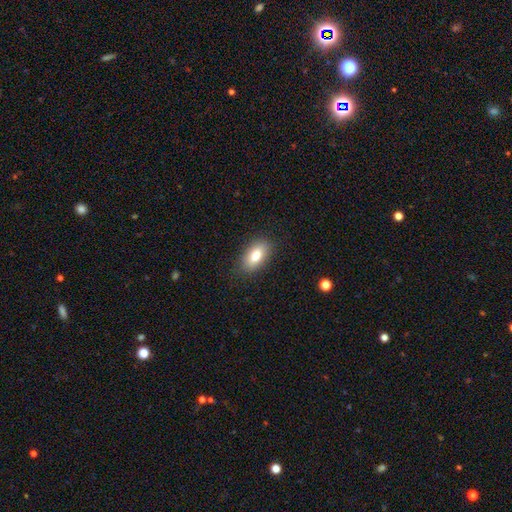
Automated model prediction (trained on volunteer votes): This appears to be a smooth galaxy with no disk features (82%) that is in between round and cigar-shaped (90%). Merging: none (85%).